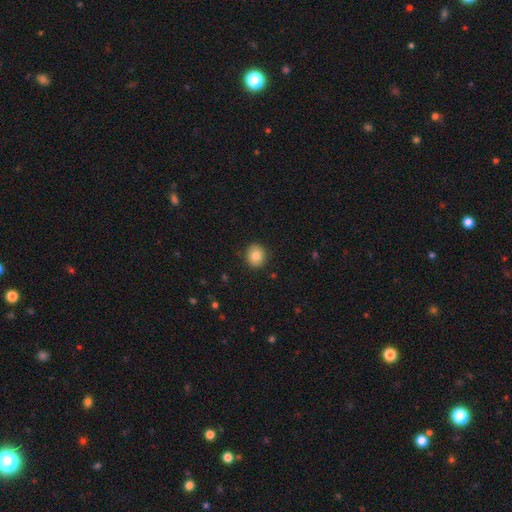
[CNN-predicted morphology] This is clearly a smooth galaxy (83%). How rounded: clearly round (82%). Merging: clearly none (90%).